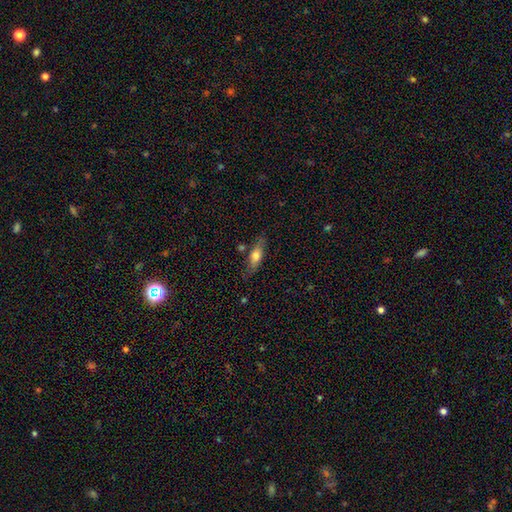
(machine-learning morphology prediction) Smooth or featured? Predicted: smooth (p=0.64). How rounded? Predicted: in between (p=0.61). Merging? Predicted: none (p=0.73).